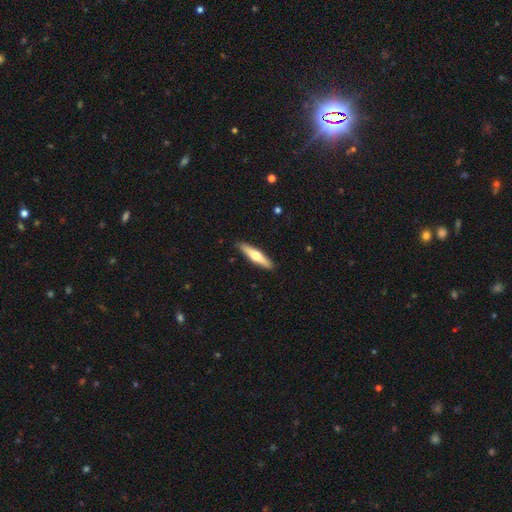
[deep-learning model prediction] Smooth or featured? smooth (48%)
Merging? none (90%)